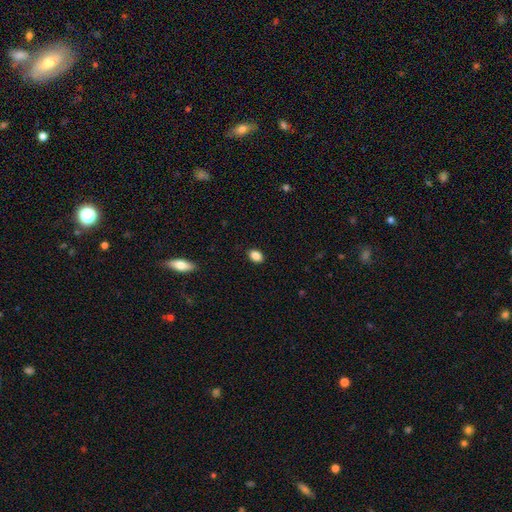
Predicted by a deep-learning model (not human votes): smooth-or-featured: smooth: 87% | star or artifact: 9% | featured or disk: 4%
  how-rounded: in between: 77% | round: 22% | cigar-shaped: 1%
  merging: none: 89% | minor disturbance: 8% | major disturbance: 2% | merger: 1%